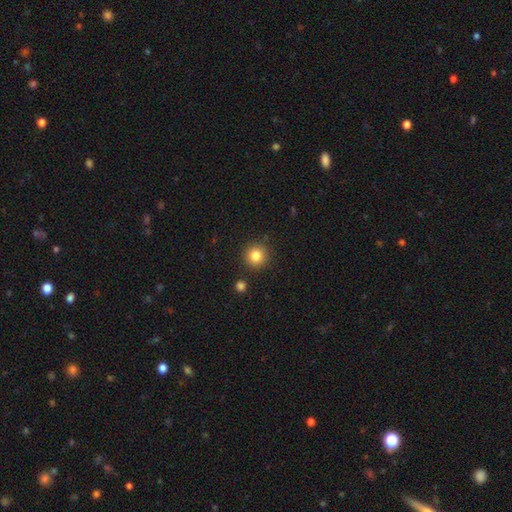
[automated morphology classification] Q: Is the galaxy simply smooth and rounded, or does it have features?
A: smooth — 83%.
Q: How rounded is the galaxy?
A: round — 94%.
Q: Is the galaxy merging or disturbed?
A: none — 89%.